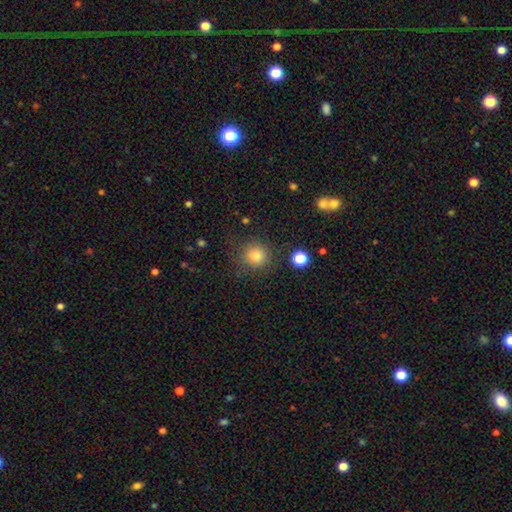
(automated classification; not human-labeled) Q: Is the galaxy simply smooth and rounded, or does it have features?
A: smooth — 82%.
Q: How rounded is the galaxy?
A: round — 91%.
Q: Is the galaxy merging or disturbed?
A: none — 84%.